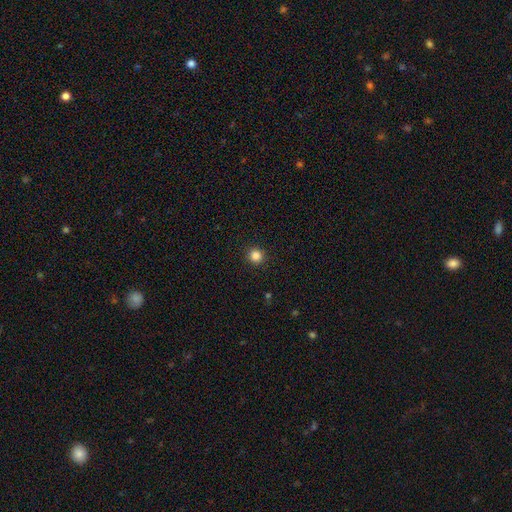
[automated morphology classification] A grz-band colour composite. It shows a smooth galaxy with no disk features (84%) that is round (94%). Merging: none (93%).